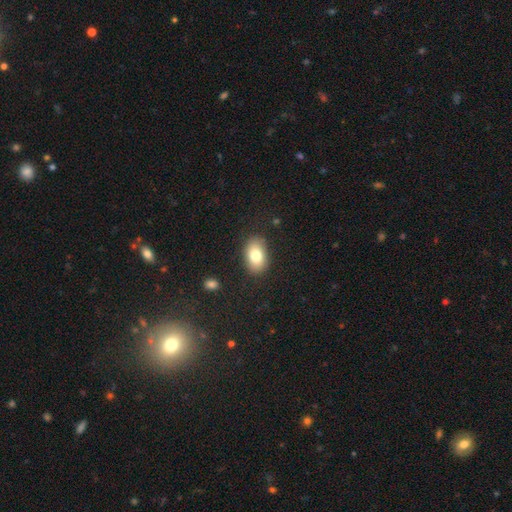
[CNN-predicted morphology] Smooth or featured? smooth (80%)
How rounded? in between (88%)
Merging? none (85%)